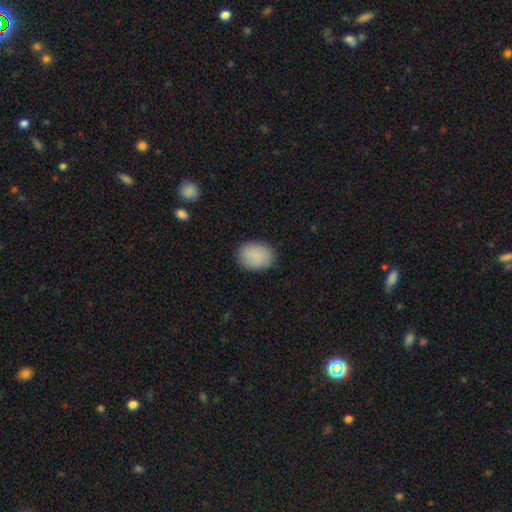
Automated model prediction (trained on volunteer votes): The model was most divided on "how rounded": in between: 59%, round: 40%, cigar-shaped: 1%. More confident: smooth or featured — smooth (87%); merging — none (86%).